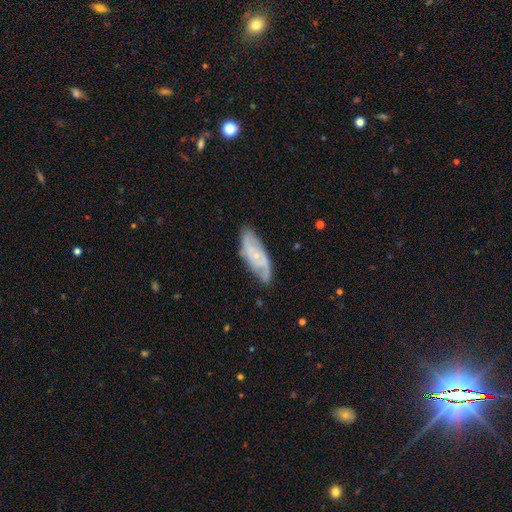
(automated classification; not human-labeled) smooth_or_featured: featured or disk (p=0.69) [alt: smooth p=0.24]
disk_edge_on: no (p=0.88) [alt: yes p=0.12]
bar: no (p=0.66) [alt: weak p=0.28]
has_spiral_arms: yes (p=0.89) [alt: no p=0.11]
spiral_winding: medium (p=0.43) [alt: tight p=0.36]
spiral_arm_count: 2 (p=0.54) [alt: can't tell p=0.27]
bulge_size: small (p=0.77) [alt: moderate p=0.17]
merging: none (p=0.73) [alt: minor disturbance p=0.21]